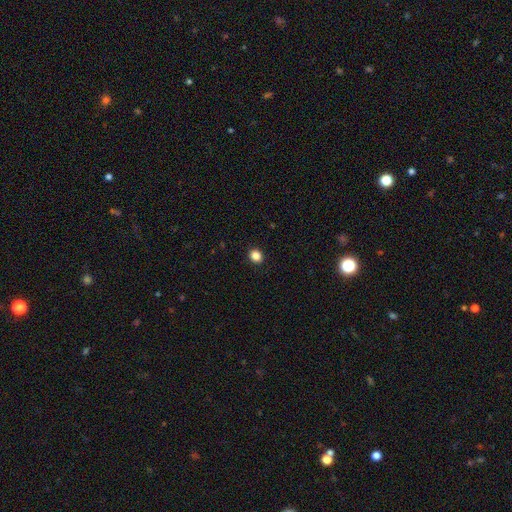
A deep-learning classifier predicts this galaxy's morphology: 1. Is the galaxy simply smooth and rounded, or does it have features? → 86% smooth, 11% star or artifact, 3% featured or disk.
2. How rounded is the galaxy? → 71% round, 28% in between, 1% cigar-shaped.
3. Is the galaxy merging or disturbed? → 92% none, 5% minor disturbance, 2% major disturbance, 1% merger.